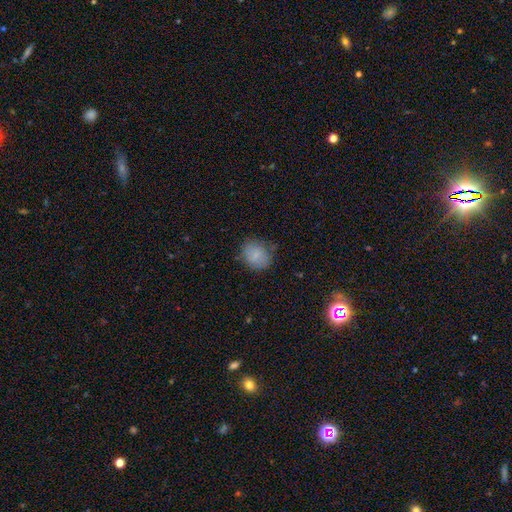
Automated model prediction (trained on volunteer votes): Smooth or featured?
  - smooth: 81% *
  - featured or disk: 10%
  - star or artifact: 9%
How rounded?
  - round: 61% *
  - in between: 38%
  - cigar-shaped: 1%
Merging?
  - none: 75% *
  - minor disturbance: 18%
  - major disturbance: 5%
  - merger: 2%